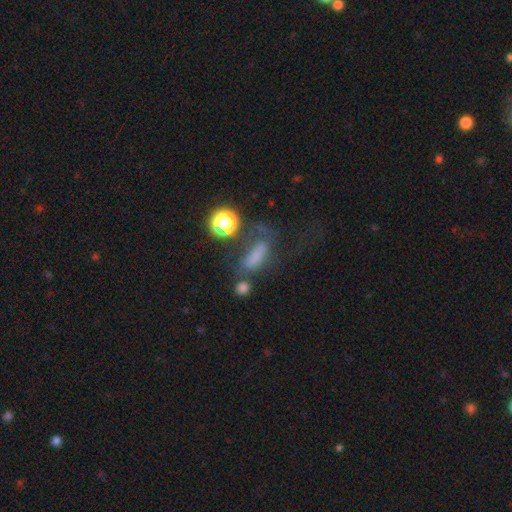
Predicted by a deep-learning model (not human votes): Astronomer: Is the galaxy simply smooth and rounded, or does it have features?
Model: smooth — 60%.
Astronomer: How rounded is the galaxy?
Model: in between — 51% (runner-up: cigar-shaped, 35%).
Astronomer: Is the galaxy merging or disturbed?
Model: none — 37% (runner-up: major disturbance, 29%).